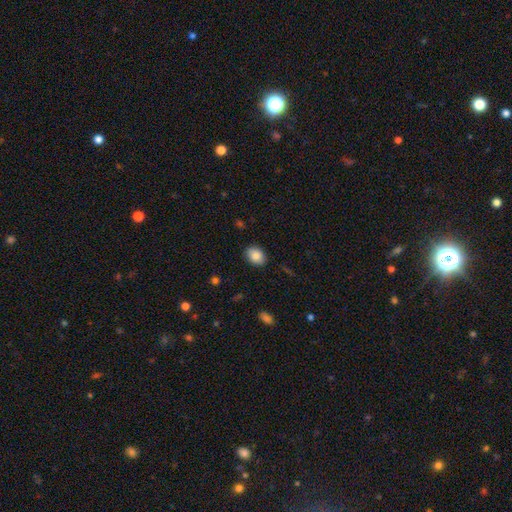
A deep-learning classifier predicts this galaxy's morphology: type=smooth (85%); roundness=in between (72%); merging=none (88%).